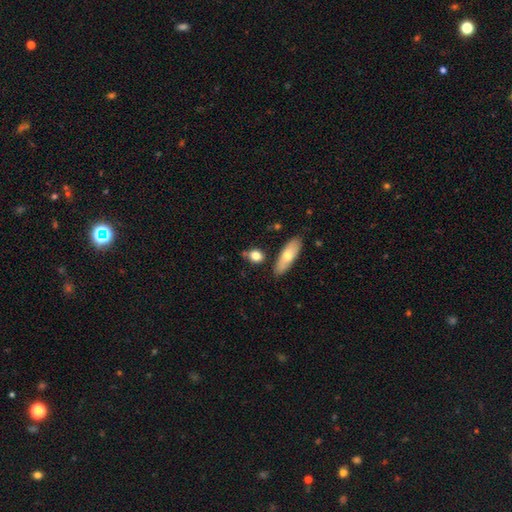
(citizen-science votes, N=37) smooth 81%, featured or disk 16%, star or artifact 3%. Down the decision tree: how rounded — round (57%); merging — none (64%).